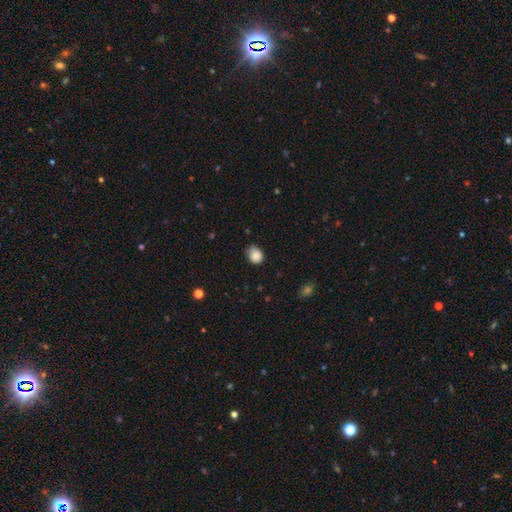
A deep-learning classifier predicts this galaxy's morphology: type=smooth (85%); roundness=round (60%); merging=none (56%).